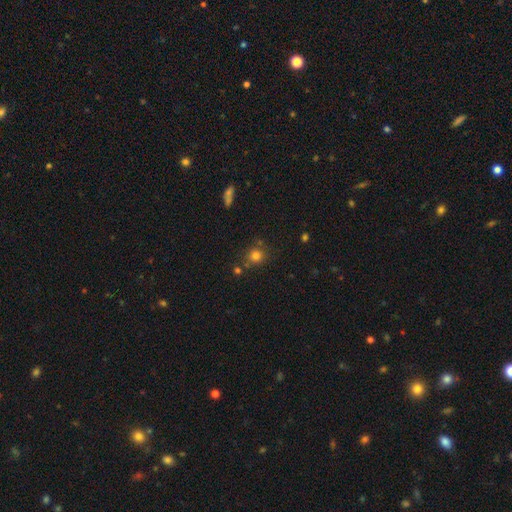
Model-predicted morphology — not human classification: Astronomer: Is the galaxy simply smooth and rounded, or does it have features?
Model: smooth — 78%.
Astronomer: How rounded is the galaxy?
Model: round — 88%.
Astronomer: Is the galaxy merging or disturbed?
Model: none — 73%.